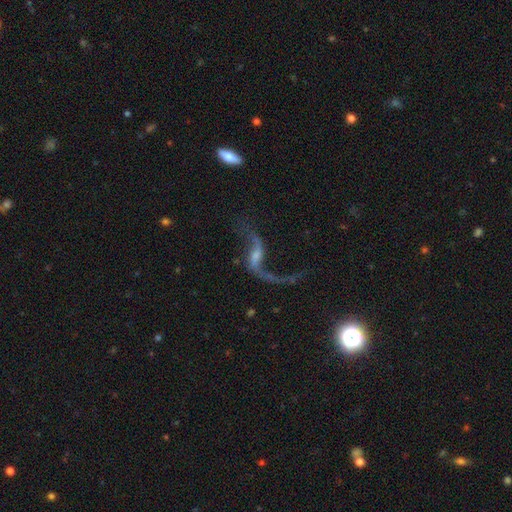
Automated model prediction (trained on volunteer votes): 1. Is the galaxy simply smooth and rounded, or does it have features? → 87% featured or disk, 7% star or artifact, 6% smooth.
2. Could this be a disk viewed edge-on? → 93% no, 7% yes.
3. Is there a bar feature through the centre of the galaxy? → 43% weak, 34% no, 23% strong.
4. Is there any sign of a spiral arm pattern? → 95% yes, 5% no.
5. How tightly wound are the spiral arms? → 94% loose, 4% medium, 2% tight.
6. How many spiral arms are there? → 89% 2, 7% 1, 1% can't tell, 1% 3, 1% 4, 1% more than 4.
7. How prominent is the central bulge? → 50% small, 27% moderate, 17% none, 4% large, 2% dominant.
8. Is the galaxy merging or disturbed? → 59% none, 22% major disturbance, 14% minor disturbance, 6% merger.